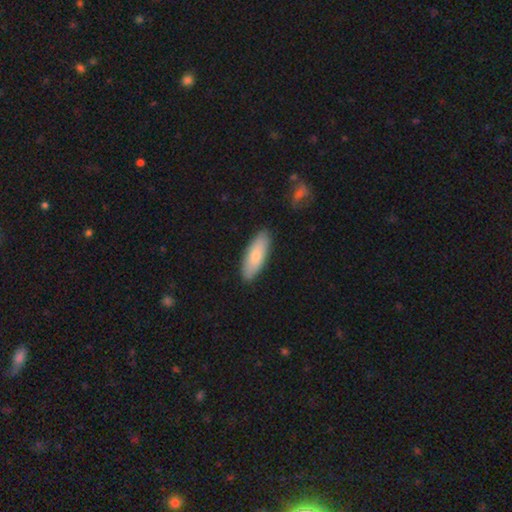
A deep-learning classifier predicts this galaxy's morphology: This is likely a smooth galaxy (74%). How rounded: likely in between (67%). Merging: clearly none (88%).